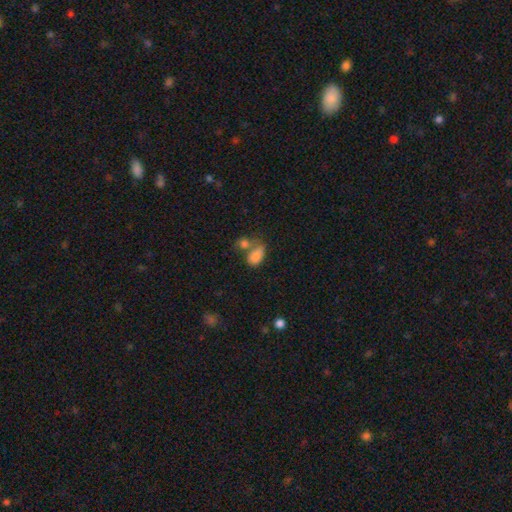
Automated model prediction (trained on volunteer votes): Overall: smooth (83%). How rounded: in between (88%). Merging: merger (43%; none 33%).